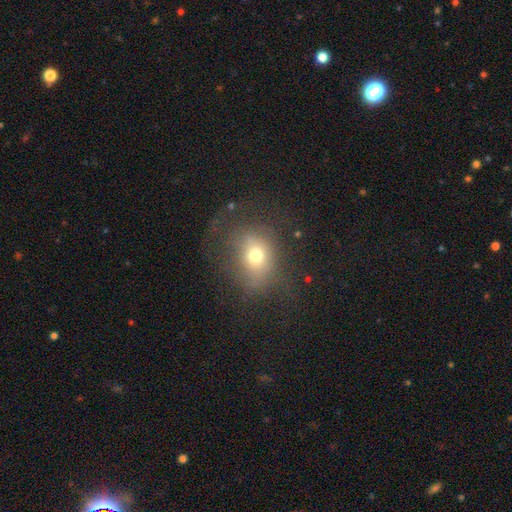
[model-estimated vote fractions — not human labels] A smooth galaxy with no disk features (67%) that is round (60%).

Vote fractions:
- Smooth or featured? smooth: 67% / featured or disk: 18% / star or artifact: 16%
- How rounded? round: 60% / in between: 39% / cigar-shaped: 1%
- Merging? none: 56% / major disturbance: 22% / minor disturbance: 20% / merger: 2%